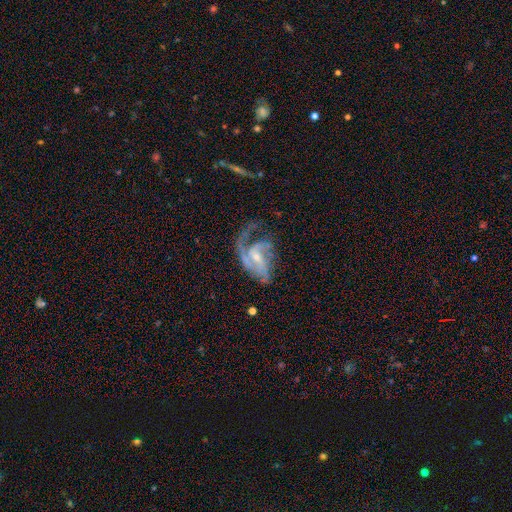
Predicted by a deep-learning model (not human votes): This appears to be a featured or disk galaxy (86%) with a weak bar (43%), 2 (40%) medium (46%) spiral arms (95%) and a small central bulge (61%). Merging: none (39%).